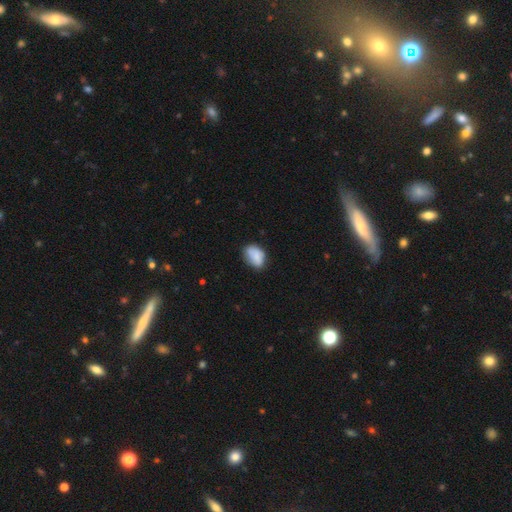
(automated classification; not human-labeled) Smooth or featured?
  - smooth: 82% *
  - featured or disk: 10%
  - star or artifact: 8%
How rounded?
  - in between: 82% *
  - round: 17%
  - cigar-shaped: 1%
Merging?
  - none: 61% *
  - minor disturbance: 29%
  - major disturbance: 6%
  - merger: 3%